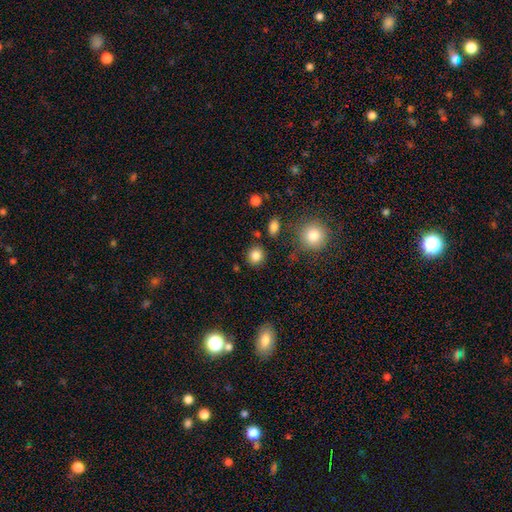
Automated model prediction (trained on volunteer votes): Overall: smooth (85%). How rounded: round (85%). Merging: none (86%).